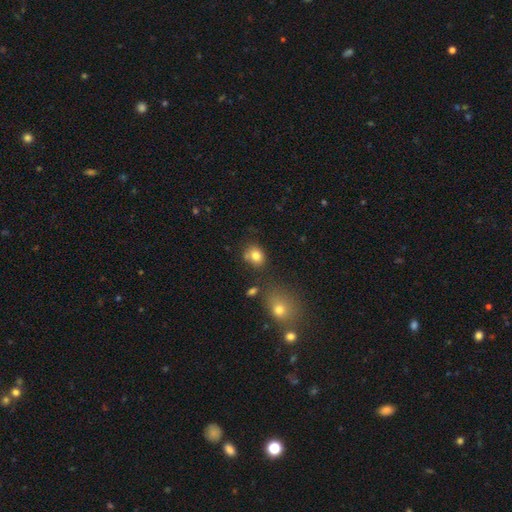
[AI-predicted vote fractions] This is clearly a smooth galaxy (80%). How rounded: possibly round (59%). Merging: likely none (65%).